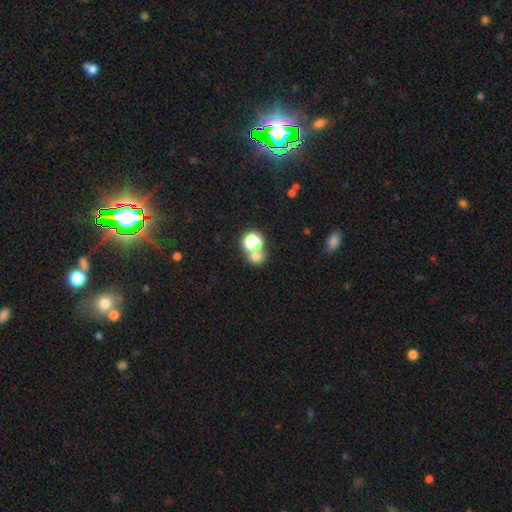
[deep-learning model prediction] smooth_or_featured: smooth (p=0.69) [alt: star or artifact p=0.23]
how_rounded: round (p=0.81) [alt: in between p=0.18]
merging: none (p=0.52) [alt: merger p=0.38]